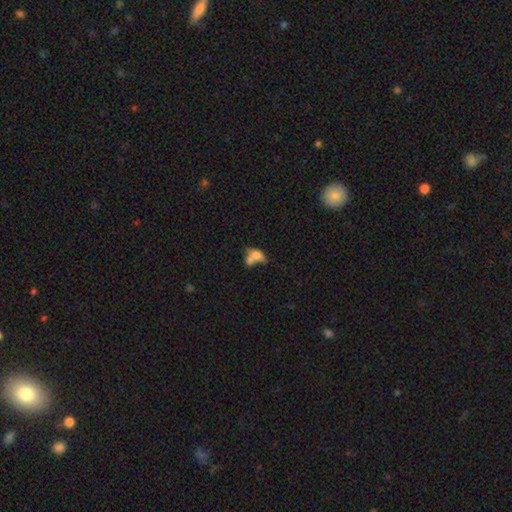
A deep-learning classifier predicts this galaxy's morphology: Q: Smooth or featured?
A: smooth (66%); runner-up: featured or disk (23%)
Q: How rounded?
A: in between (78%); runner-up: round (15%)
Q: Merging?
A: merger (59%); runner-up: none (22%)